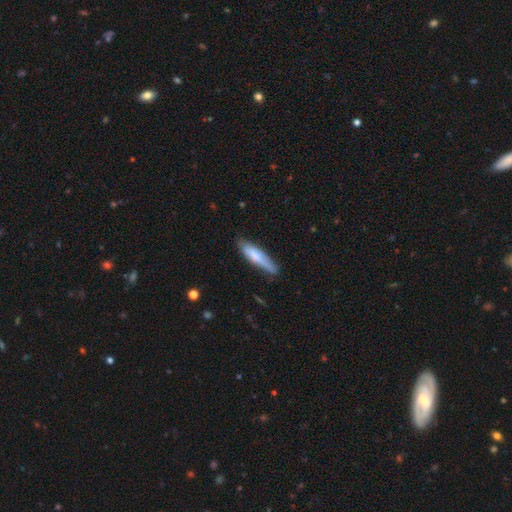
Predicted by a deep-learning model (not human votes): Smooth or featured?
  - smooth: 69% *
  - featured or disk: 25%
  - star or artifact: 6%
How rounded?
  - cigar-shaped: 77% *
  - in between: 22%
  - round: 2%
Merging?
  - none: 70% *
  - minor disturbance: 23%
  - major disturbance: 5%
  - merger: 2%